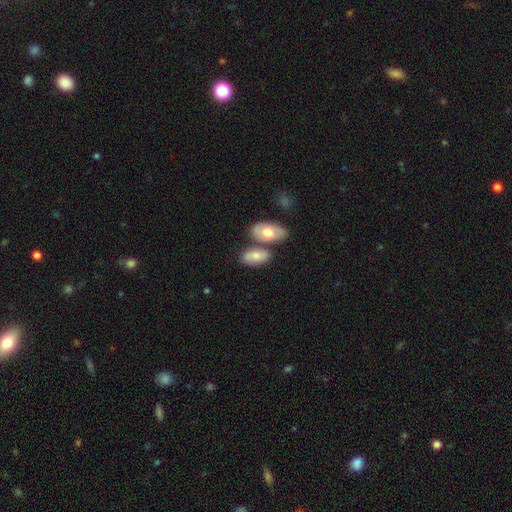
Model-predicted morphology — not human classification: Smooth or featured? Predicted: smooth (p=0.66). How rounded? Predicted: in between (p=0.91). Merging? Predicted: none (p=0.54).